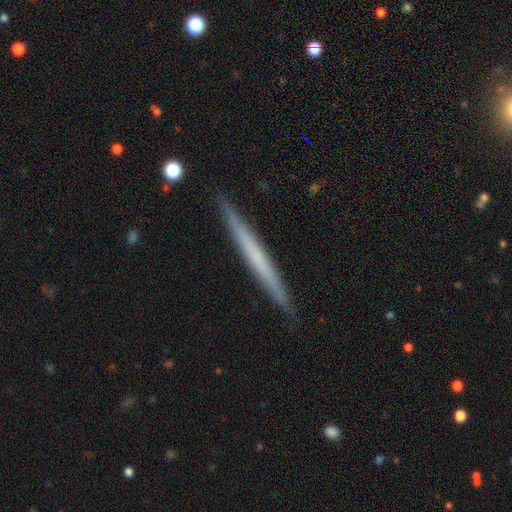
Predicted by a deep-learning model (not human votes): smooth_or_featured: featured or disk (p=0.48) [alt: smooth p=0.46]
merging: none (p=0.91) [alt: minor disturbance p=0.07]